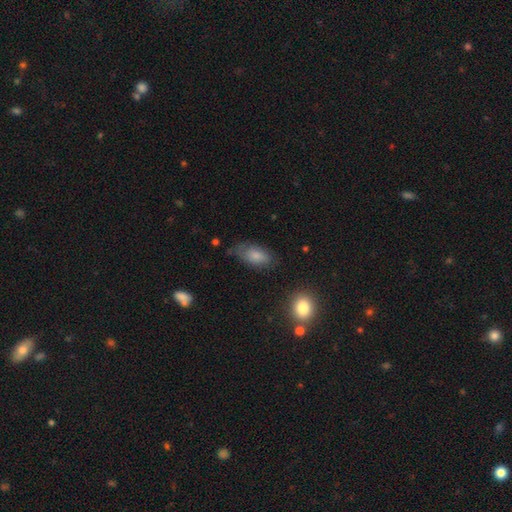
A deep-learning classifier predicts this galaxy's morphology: type=smooth (78%); roundness=in between (92%); merging=none (63%).